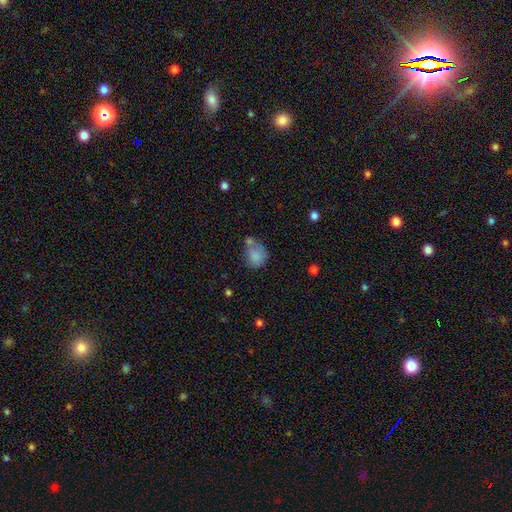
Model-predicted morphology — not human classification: This is likely a smooth galaxy (78%). How rounded: possibly round (60%). Merging: marginally none (36%).